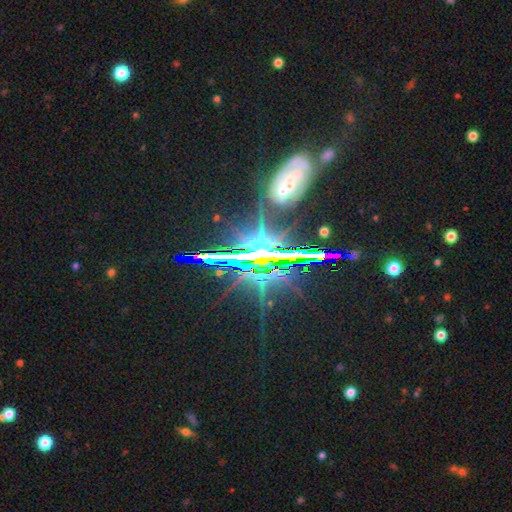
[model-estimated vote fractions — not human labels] star or artifact 71%, featured or disk 20%, smooth 9%.